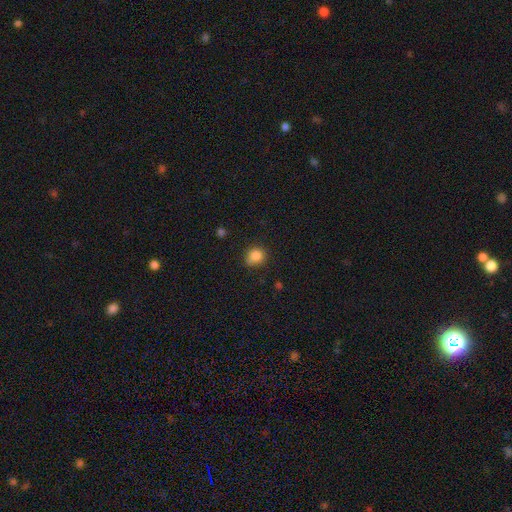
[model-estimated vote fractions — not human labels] smooth 84%, star or artifact 10%, featured or disk 5%. Down the decision tree: how rounded — round (80%); merging — none (70%).